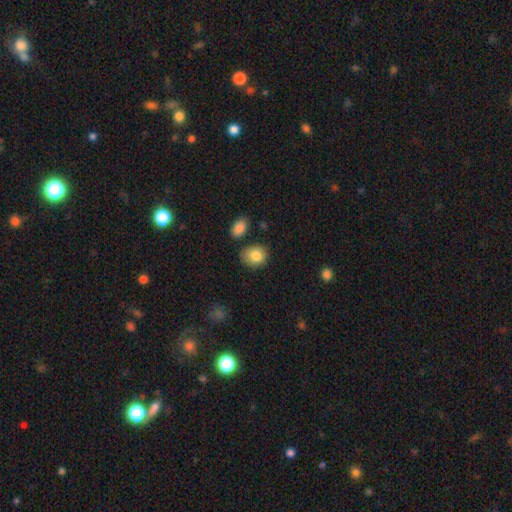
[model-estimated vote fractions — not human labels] Smooth or featured? smooth (83%)
How rounded? round (54%)
Merging? none (72%)